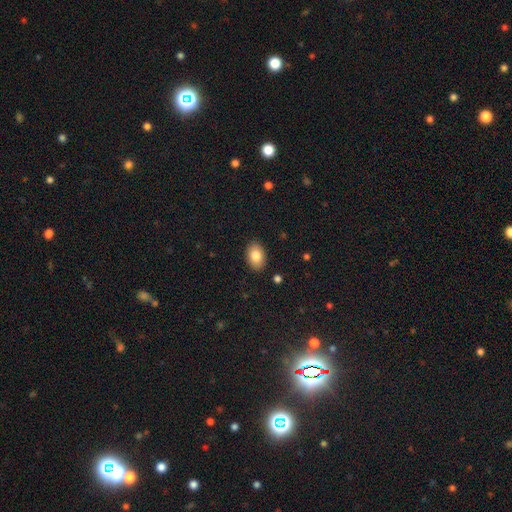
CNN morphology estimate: Smooth or featured?
  - smooth: 83% *
  - featured or disk: 10%
  - star or artifact: 7%
How rounded?
  - in between: 87% *
  - round: 12%
  - cigar-shaped: 1%
Merging?
  - none: 89% *
  - minor disturbance: 8%
  - major disturbance: 2%
  - merger: 1%